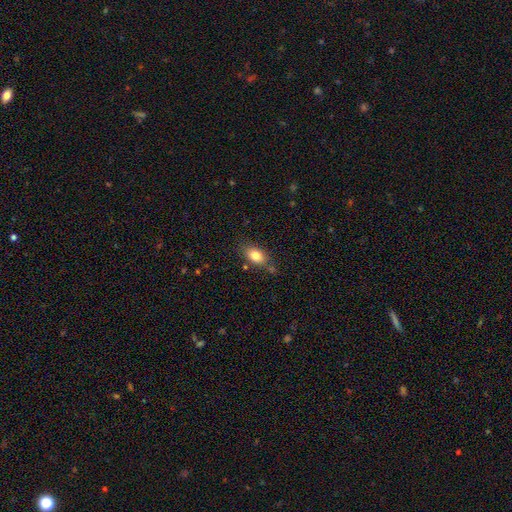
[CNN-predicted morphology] This appears to be a smooth galaxy with no disk features (81%) that is in between round and cigar-shaped (83%). Merging: none (71%).